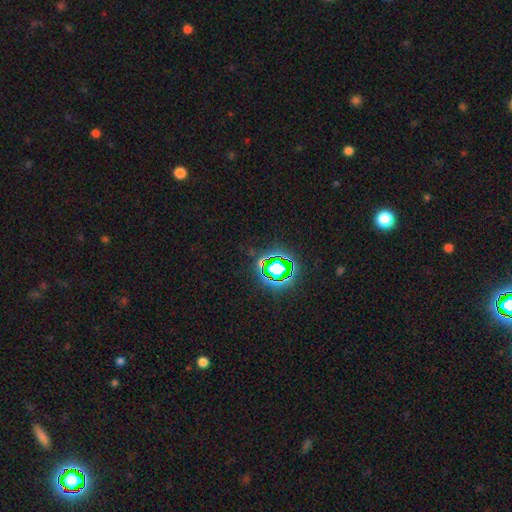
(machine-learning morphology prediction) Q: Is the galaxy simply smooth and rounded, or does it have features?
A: star or artifact — 81%.